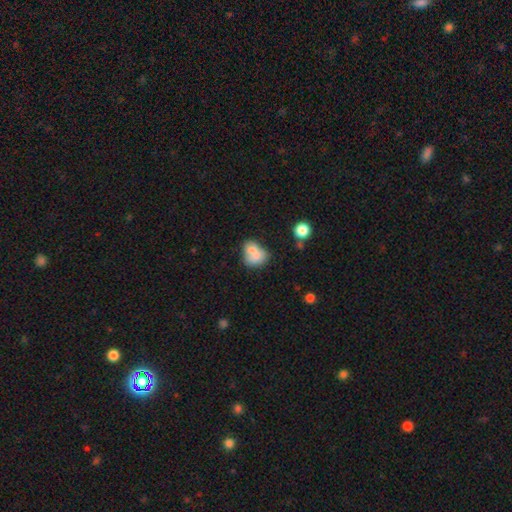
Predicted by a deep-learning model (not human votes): The model was most divided on "how rounded": in between: 55%, round: 44%, cigar-shaped: 1%. More confident: smooth or featured — smooth (70%); merging — merger (55%).